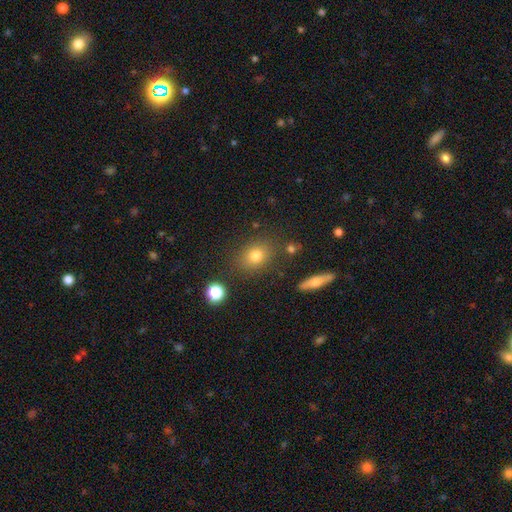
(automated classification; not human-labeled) smooth-or-featured: smooth: 77% | star or artifact: 12% | featured or disk: 11%
  how-rounded: in between: 54% | round: 44% | cigar-shaped: 2%
  merging: none: 81% | minor disturbance: 11% | merger: 5% | major disturbance: 3%